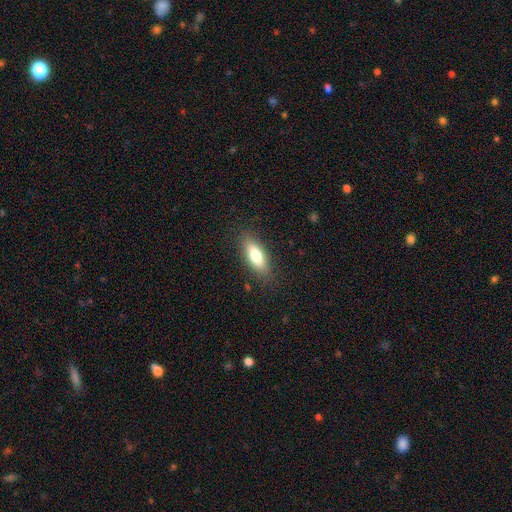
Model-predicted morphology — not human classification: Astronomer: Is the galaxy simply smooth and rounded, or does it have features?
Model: smooth — 75%.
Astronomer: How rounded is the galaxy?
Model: in between — 70%.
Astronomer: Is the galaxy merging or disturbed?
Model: none — 85%.